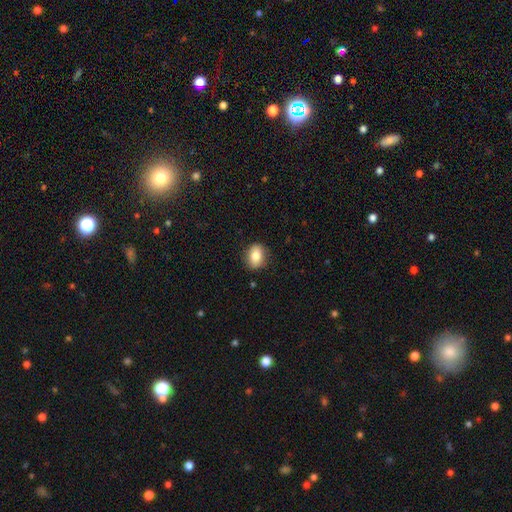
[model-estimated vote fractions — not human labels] Smooth or featured? Predicted: smooth (p=0.81). How rounded? Predicted: in between (p=0.62). Merging? Predicted: none (p=0.86).